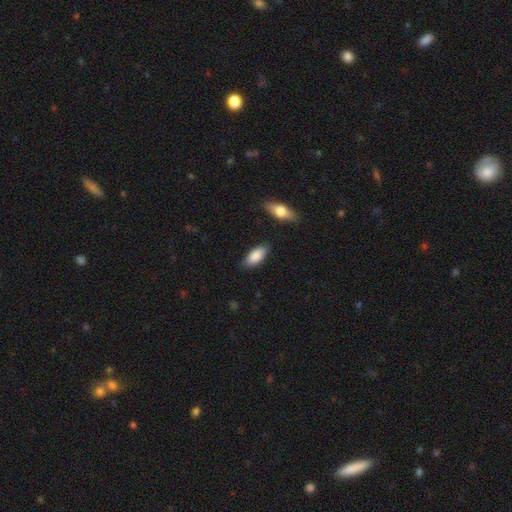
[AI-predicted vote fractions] The model was most divided on "merging": none: 82%, minor disturbance: 12%, merger: 3%, major disturbance: 3%. More confident: how rounded — in between (87%); smooth or featured — smooth (85%).